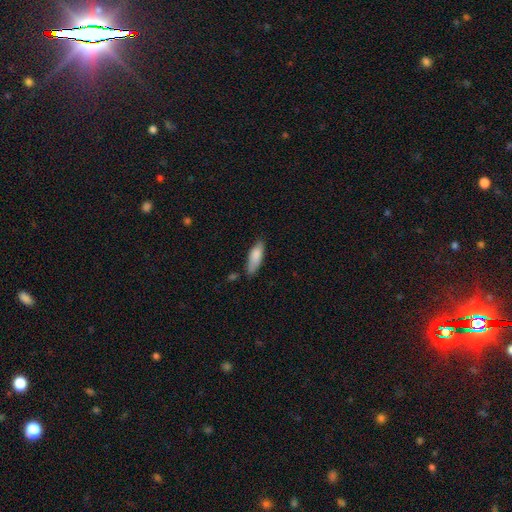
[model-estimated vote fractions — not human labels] Q: Smooth or featured?
A: smooth (84%); runner-up: featured or disk (11%)
Q: How rounded?
A: in between (57%); runner-up: cigar-shaped (41%)
Q: Merging?
A: none (67%); runner-up: minor disturbance (25%)